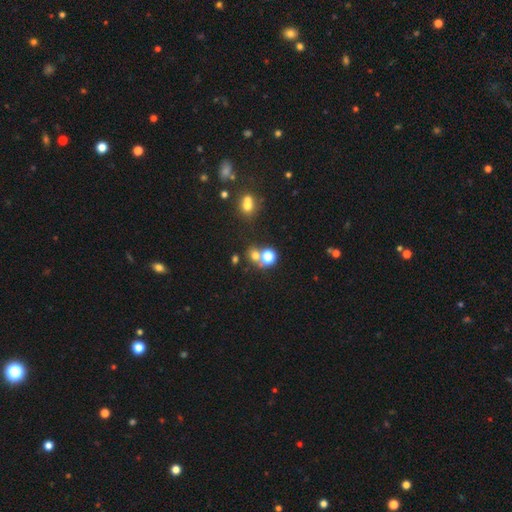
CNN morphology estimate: Smooth or featured: smooth — 64% (star or artifact — 26%)
How rounded: round — 76% (in between — 23%)
Merging: none — 55% (merger — 32%)